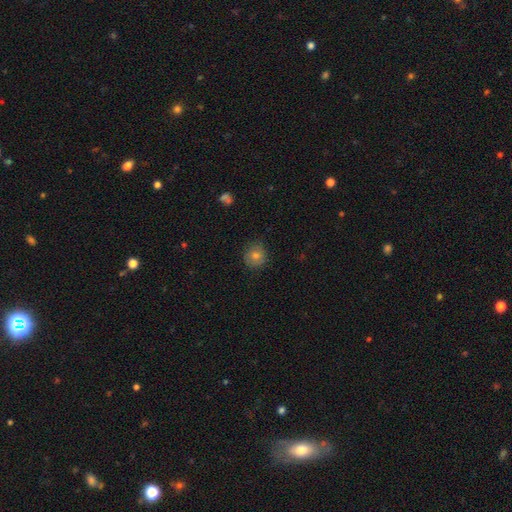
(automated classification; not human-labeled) A smooth galaxy with no disk features (75%) that is round (88%). Merging: none (84%).